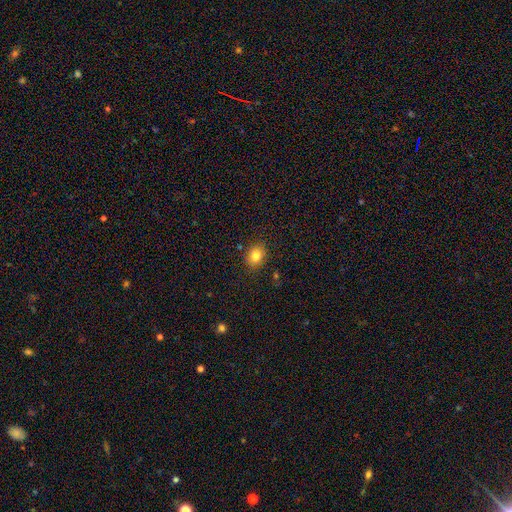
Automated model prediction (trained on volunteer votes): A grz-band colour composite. It shows a smooth galaxy with no disk features (82%) that is round (54%). Merging: none (85%).